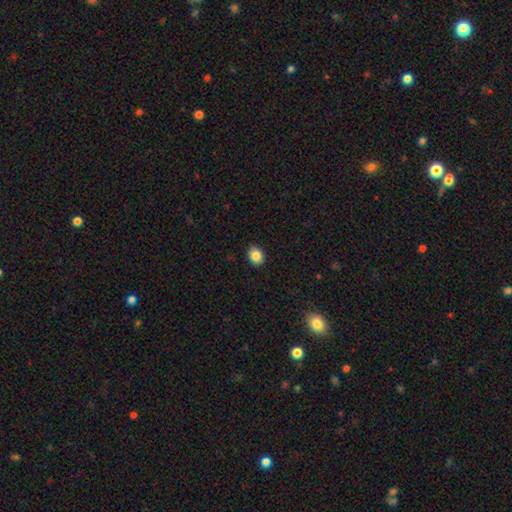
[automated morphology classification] Smooth or featured? smooth (85%)
How rounded? in between (54%)
Merging? none (90%)